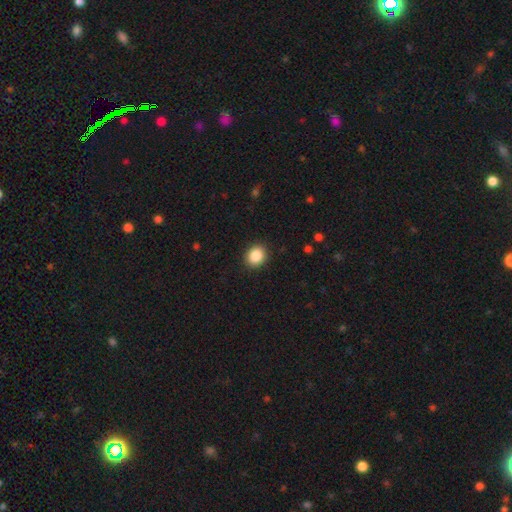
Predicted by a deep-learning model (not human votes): The model was most divided on "how rounded": round: 70%, in between: 29%, cigar-shaped: 1%. More confident: merging — none (91%); smooth or featured — smooth (87%).